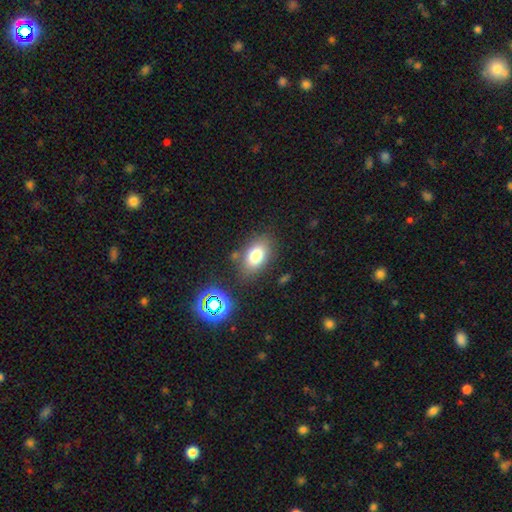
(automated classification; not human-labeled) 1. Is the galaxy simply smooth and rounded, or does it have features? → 77% smooth, 12% star or artifact, 11% featured or disk.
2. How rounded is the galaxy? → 85% in between, 13% round, 2% cigar-shaped.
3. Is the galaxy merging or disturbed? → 77% none, 14% minor disturbance, 5% merger, 4% major disturbance.